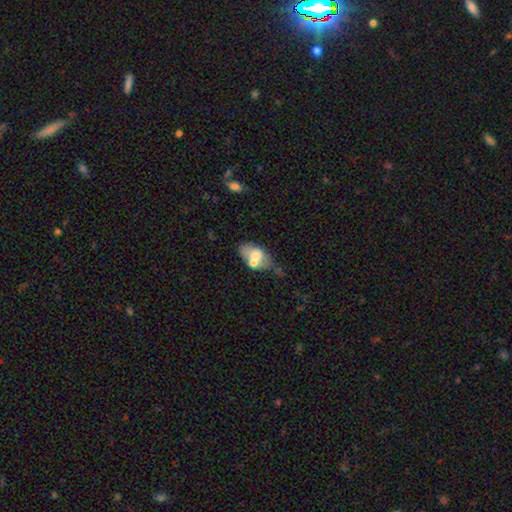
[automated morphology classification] A smooth galaxy with no disk features (58%) that is in between round and cigar-shaped (89%). Merging: merger (36%).